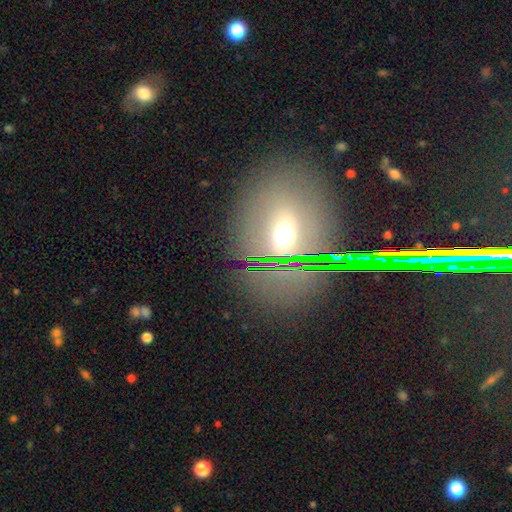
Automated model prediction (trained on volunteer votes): smooth_or_featured: smooth (p=0.37) [alt: star or artifact p=0.33]
merging: none (p=0.76) [alt: minor disturbance p=0.13]